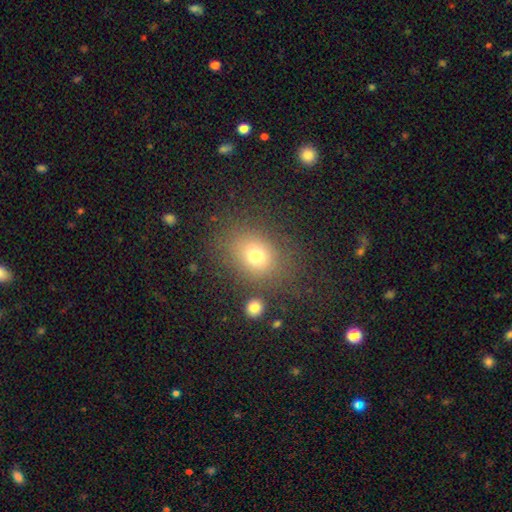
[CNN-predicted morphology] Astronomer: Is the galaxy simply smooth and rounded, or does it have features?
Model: smooth — 72%.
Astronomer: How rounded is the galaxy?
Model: in between — 50% (runner-up: round, 49%).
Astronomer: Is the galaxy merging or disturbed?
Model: none — 75%.